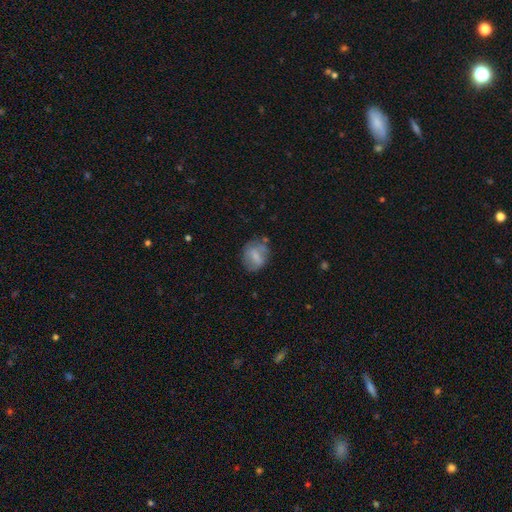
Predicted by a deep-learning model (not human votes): Q: Smooth or featured?
A: smooth (65%); runner-up: featured or disk (26%)
Q: How rounded?
A: round (51%); runner-up: in between (47%)
Q: Merging?
A: none (59%); runner-up: minor disturbance (26%)